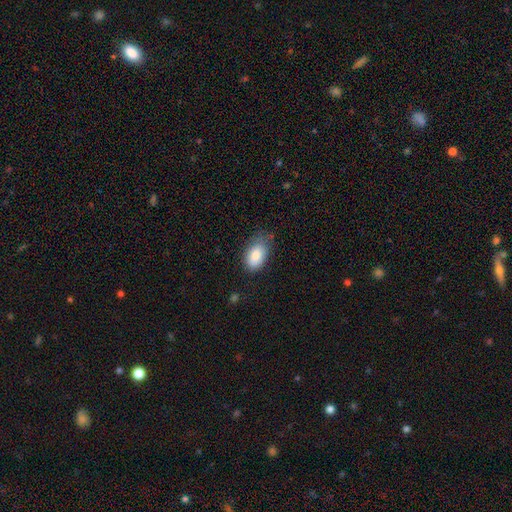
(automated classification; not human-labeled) smooth 83%, featured or disk 10%, star or artifact 7%. Down the decision tree: how rounded — in between (92%); merging — none (59%).